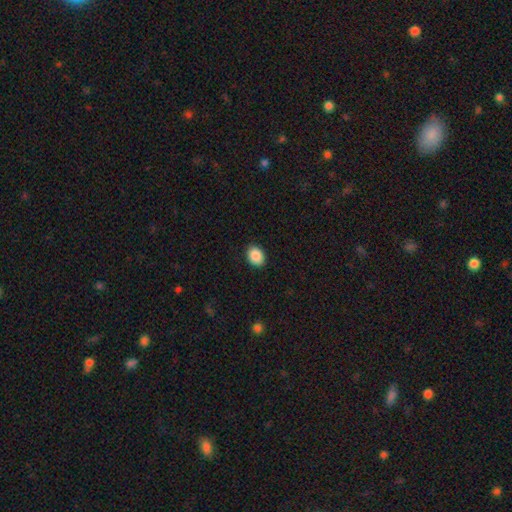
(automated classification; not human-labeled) This is clearly a smooth galaxy (89%). How rounded: likely in between (63%). Merging: clearly none (90%).